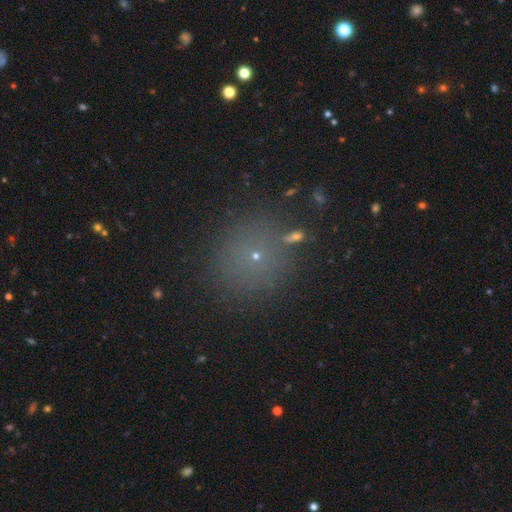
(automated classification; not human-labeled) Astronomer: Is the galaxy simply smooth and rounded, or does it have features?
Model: smooth — 59%.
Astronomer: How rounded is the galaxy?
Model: round — 93%.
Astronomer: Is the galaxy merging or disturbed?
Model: none — 86%.